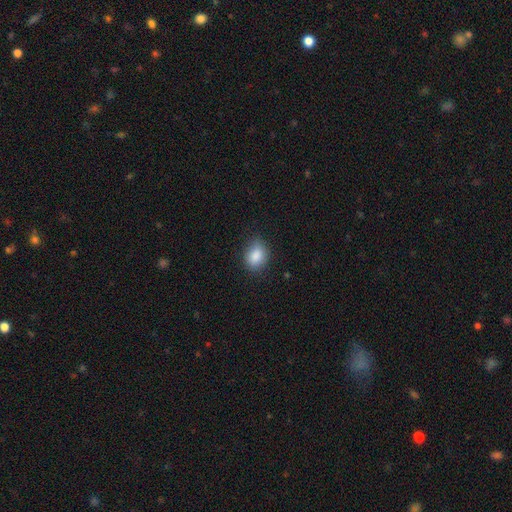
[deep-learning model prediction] Morphology: type=smooth (86%); roundness=in between (61%); merging=none (76%).